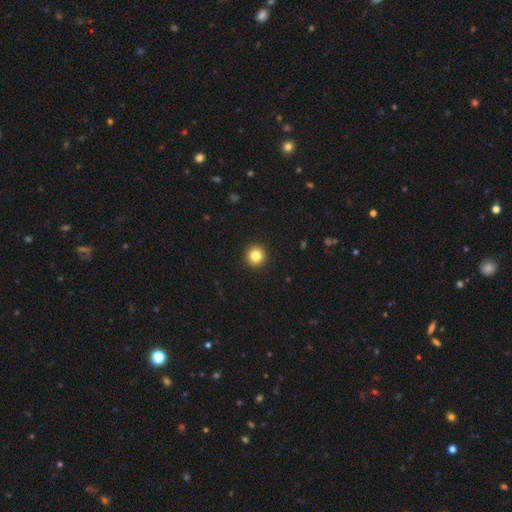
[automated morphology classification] A smooth galaxy with no disk features (83%) that is round (96%).

Vote fractions:
- Smooth or featured? smooth: 83% / star or artifact: 11% / featured or disk: 6%
- How rounded? round: 96% / in between: 3% / cigar-shaped: 1%
- Merging? none: 94% / minor disturbance: 4% / major disturbance: 1% / merger: 1%